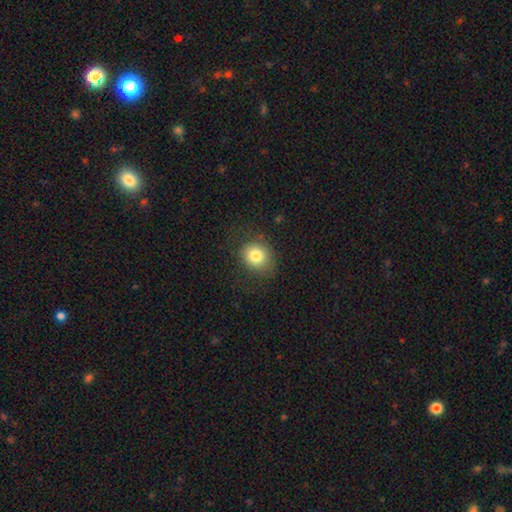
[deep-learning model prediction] A smooth galaxy with no disk features (81%) that is round (72%).

Vote fractions:
- Smooth or featured? smooth: 81% / star or artifact: 10% / featured or disk: 9%
- How rounded? round: 72% / in between: 27% / cigar-shaped: 1%
- Merging? none: 78% / minor disturbance: 14% / major disturbance: 7% / merger: 1%